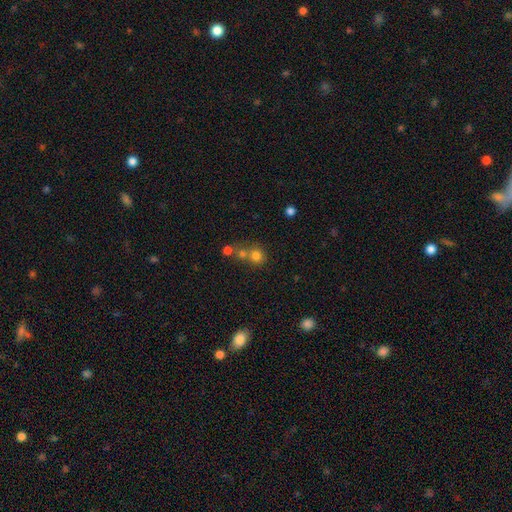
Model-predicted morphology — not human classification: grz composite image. It shows a smooth galaxy with no disk features (73%) that is round (83%). Merging: none (47%).